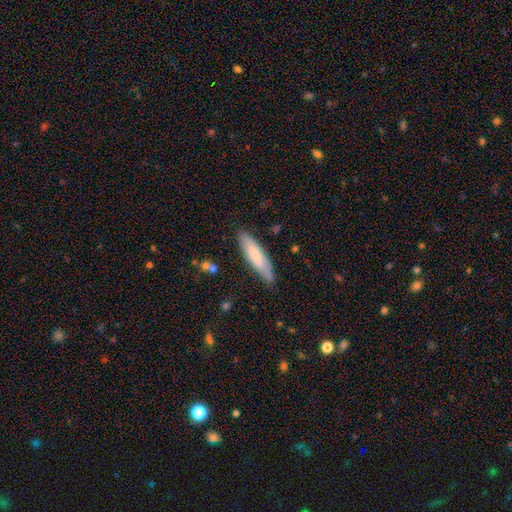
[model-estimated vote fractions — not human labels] This is likely a smooth galaxy (68%). How rounded: likely cigar-shaped (69%). Merging: clearly none (81%).